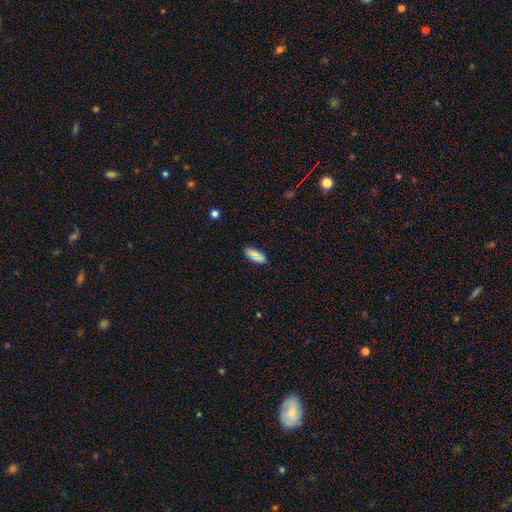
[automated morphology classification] smooth_or_featured: smooth (p=0.77) [alt: star or artifact p=0.12]
how_rounded: in between (p=0.76) [alt: cigar-shaped p=0.21]
merging: none (p=0.85) [alt: minor disturbance p=0.11]